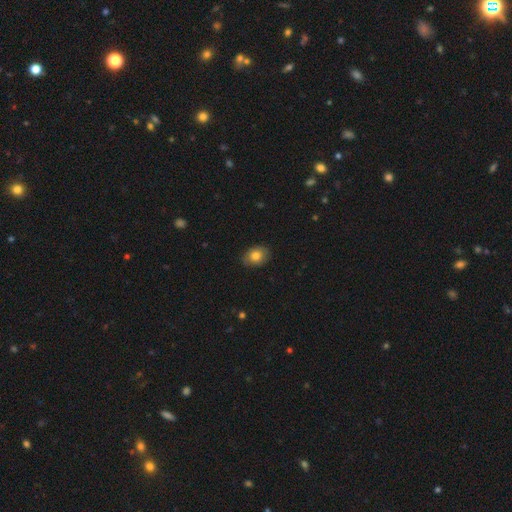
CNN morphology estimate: Smooth or featured? smooth (81%)
How rounded? in between (62%)
Merging? none (84%)